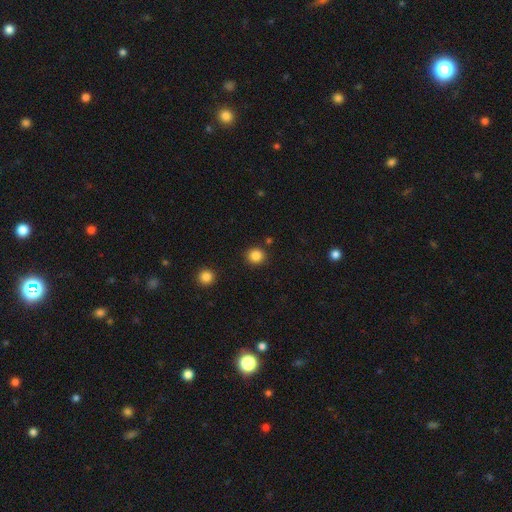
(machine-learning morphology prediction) smooth_or_featured: smooth (p=0.85) [alt: star or artifact p=0.11]
how_rounded: round (p=0.90) [alt: in between p=0.10]
merging: none (p=0.89) [alt: minor disturbance p=0.06]